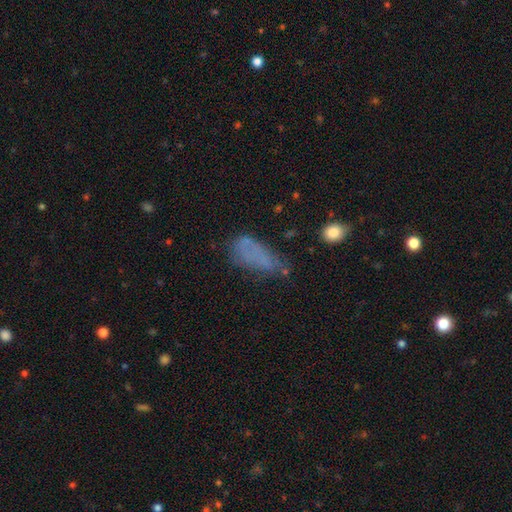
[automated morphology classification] smooth 58%, featured or disk 26%, star or artifact 16%. Down the decision tree: how rounded — in between (75%); merging — none (39%).